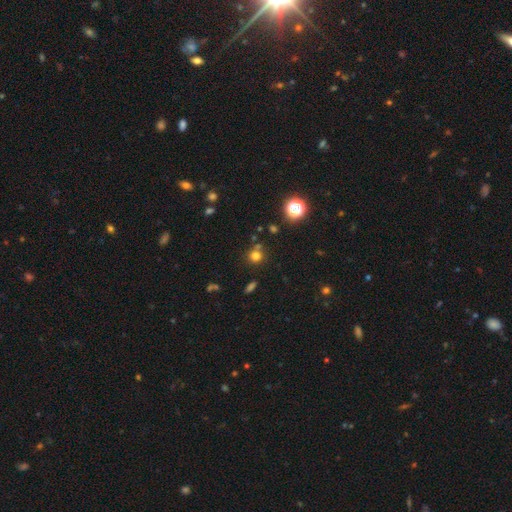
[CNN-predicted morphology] The model was most divided on "smooth or featured": smooth: 73%, star or artifact: 20%, featured or disk: 7%. More confident: how rounded — round (89%); merging — none (76%).